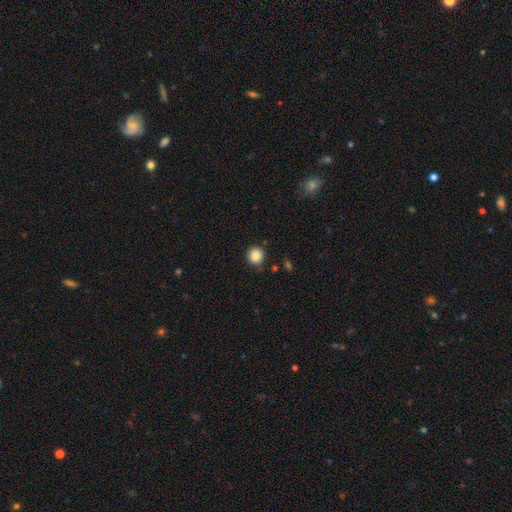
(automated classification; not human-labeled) Smooth or featured: smooth — 86% (star or artifact — 10%)
How rounded: round — 93% (in between — 6%)
Merging: none — 89% (minor disturbance — 7%)